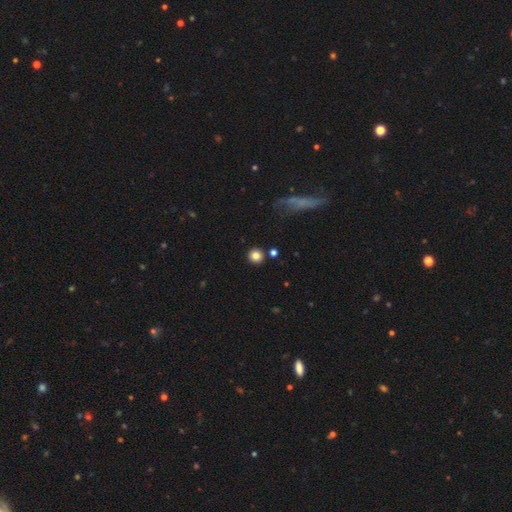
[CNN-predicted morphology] A smooth galaxy with no disk features (82%) that is round (94%).

Vote fractions:
- Smooth or featured? smooth: 82% / star or artifact: 11% / featured or disk: 6%
- How rounded? round: 94% / in between: 5% / cigar-shaped: 1%
- Merging? none: 88% / minor disturbance: 6% / merger: 4% / major disturbance: 2%